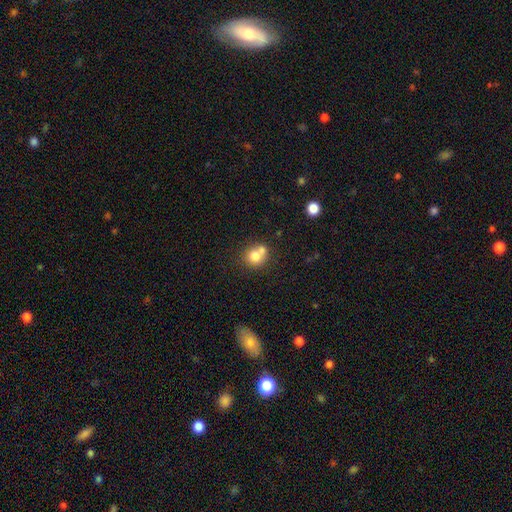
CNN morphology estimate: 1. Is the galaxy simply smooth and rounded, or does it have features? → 75% smooth, 14% featured or disk, 11% star or artifact.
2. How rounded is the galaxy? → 82% round, 17% in between, 1% cigar-shaped.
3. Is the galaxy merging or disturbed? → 45% merger, 43% none, 9% minor disturbance, 3% major disturbance.